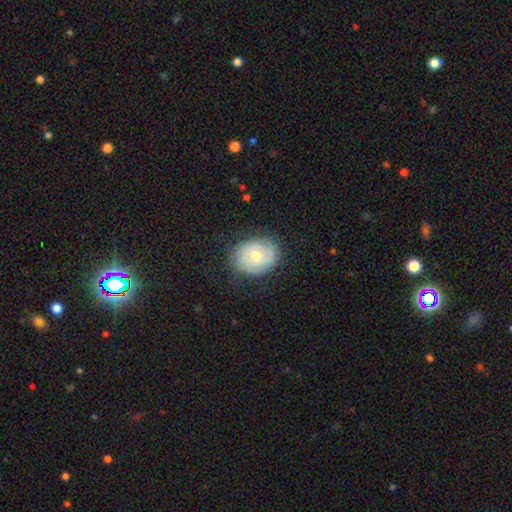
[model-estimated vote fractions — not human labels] Morphology: type=featured or disk (46%); merging=none (78%).